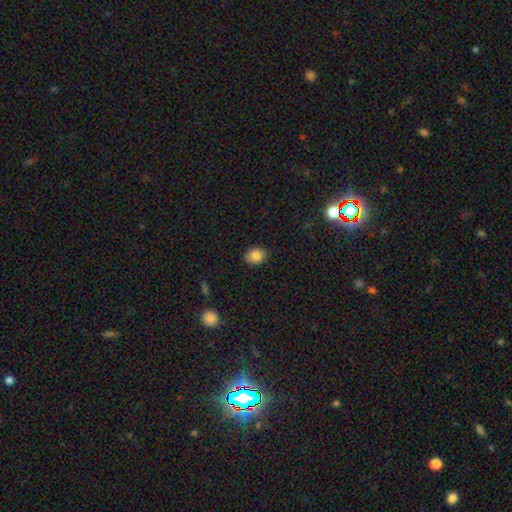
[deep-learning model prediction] This is clearly a smooth galaxy (84%). How rounded: possibly round (51%). Merging: clearly none (87%).